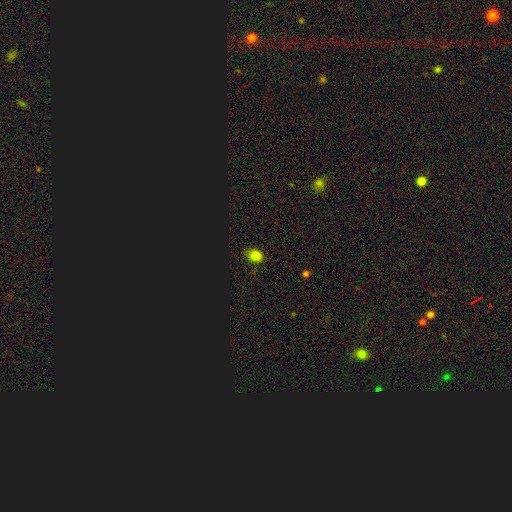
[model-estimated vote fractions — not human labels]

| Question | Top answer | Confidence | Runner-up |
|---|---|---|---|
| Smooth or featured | smooth | 75% | star or artifact (21%) |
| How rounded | in between | 56% | round (43%) |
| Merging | none | 77% | minor disturbance (18%) |